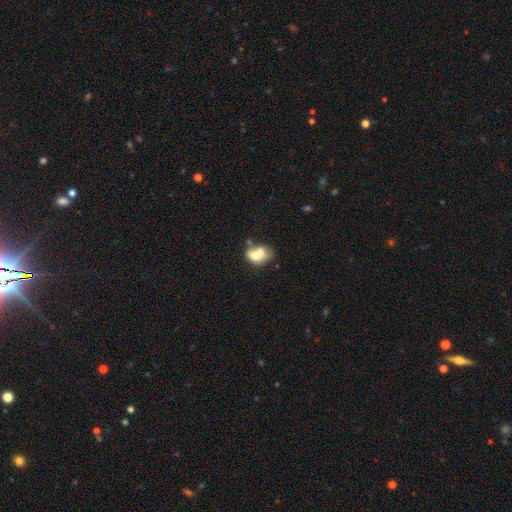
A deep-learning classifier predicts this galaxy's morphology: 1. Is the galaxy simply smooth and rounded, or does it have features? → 63% smooth, 28% featured or disk, 9% star or artifact.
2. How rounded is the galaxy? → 66% in between, 32% round, 1% cigar-shaped.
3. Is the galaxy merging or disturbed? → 51% merger, 25% none, 15% minor disturbance, 9% major disturbance.